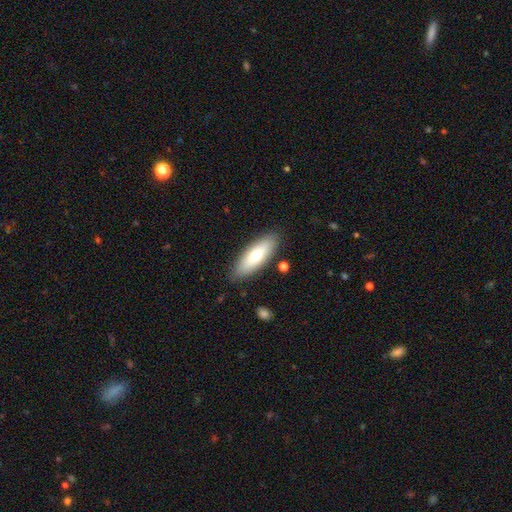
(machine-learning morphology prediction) smooth-or-featured: smooth: 68% | featured or disk: 26% | star or artifact: 6%
  how-rounded: in between: 59% | cigar-shaped: 39% | round: 2%
  merging: none: 86% | minor disturbance: 10% | major disturbance: 2% | merger: 2%